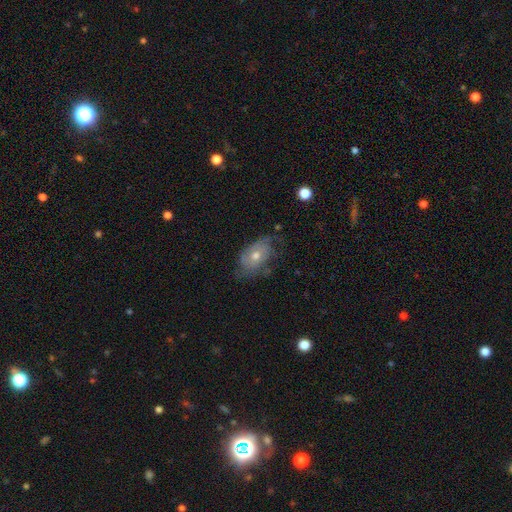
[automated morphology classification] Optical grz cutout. It shows a featured or disk galaxy (62%) with no bar (83%), spiral arms (76%) and a moderate central bulge (60%). Merging: none (61%).